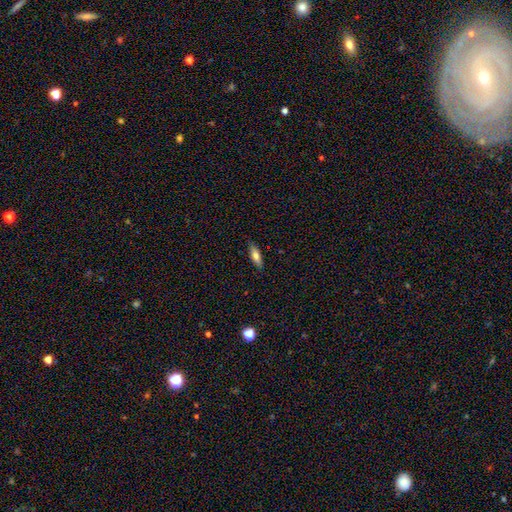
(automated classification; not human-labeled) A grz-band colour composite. It shows a smooth galaxy with no disk features (69%) that is cigar-shaped (51%). Merging: none (86%).